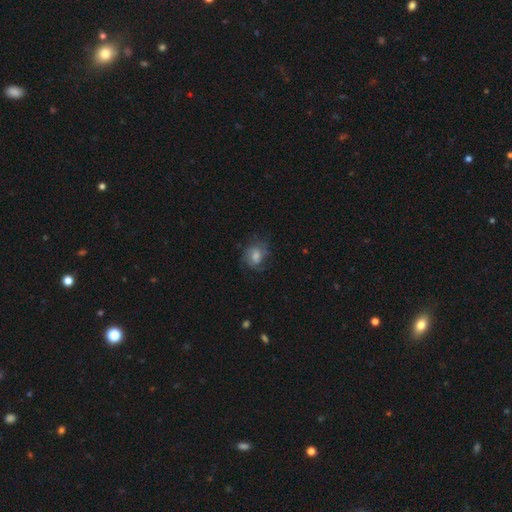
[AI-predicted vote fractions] smooth_or_featured: smooth (p=0.57) [alt: featured or disk p=0.33]
how_rounded: round (p=0.57) [alt: in between p=0.42]
merging: none (p=0.60) [alt: minor disturbance p=0.24]